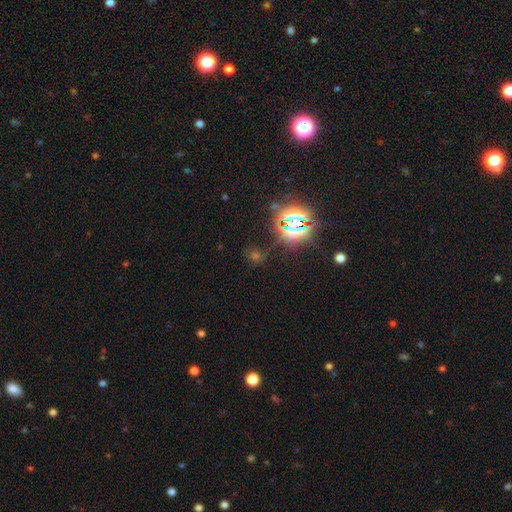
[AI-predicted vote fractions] Smooth or featured?
  - star or artifact: 66% *
  - smooth: 25%
  - featured or disk: 9%